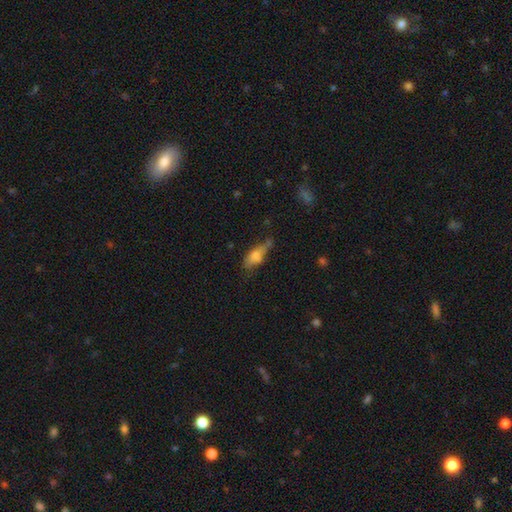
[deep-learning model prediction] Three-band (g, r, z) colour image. It shows a smooth galaxy with no disk features (67%) that is in between round and cigar-shaped (69%). Merging: none (39%).